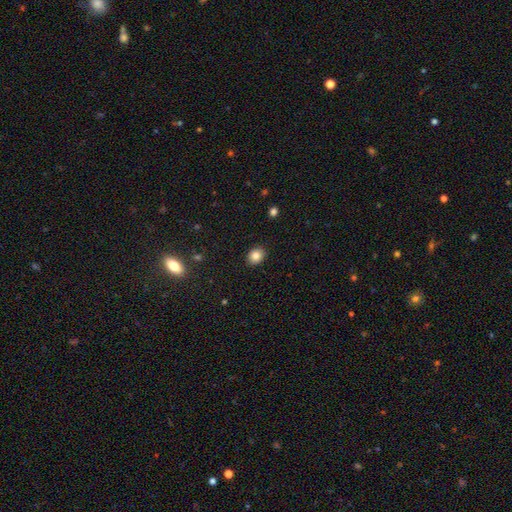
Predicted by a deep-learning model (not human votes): This is clearly a smooth galaxy (84%). How rounded: possibly round (53%). Merging: clearly none (90%).